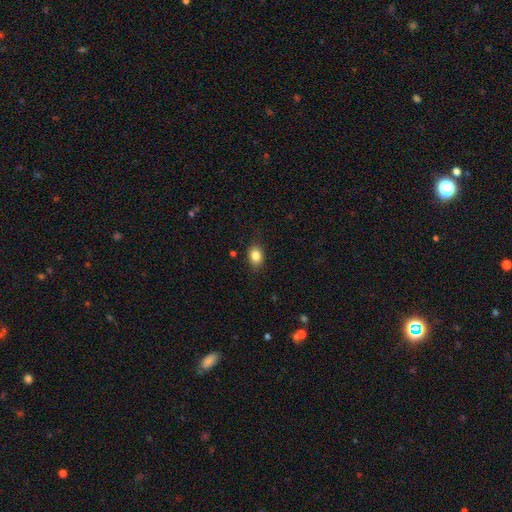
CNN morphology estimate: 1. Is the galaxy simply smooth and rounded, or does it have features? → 84% smooth, 9% star or artifact, 7% featured or disk.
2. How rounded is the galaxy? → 68% in between, 30% round, 1% cigar-shaped.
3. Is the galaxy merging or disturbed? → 83% none, 12% minor disturbance, 3% major disturbance, 1% merger.